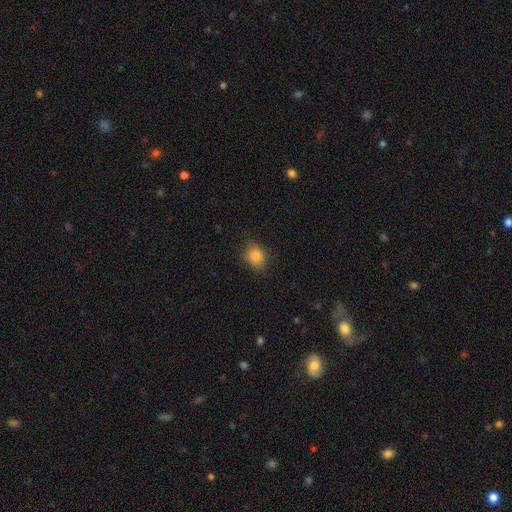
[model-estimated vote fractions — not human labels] This is clearly a smooth galaxy (85%). How rounded: possibly round (56%). Merging: likely none (78%).